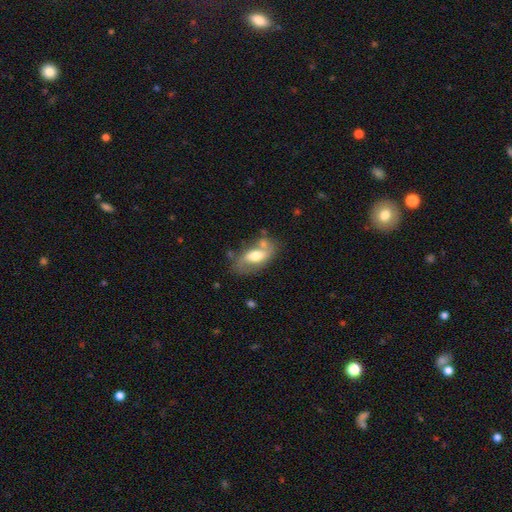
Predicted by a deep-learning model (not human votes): The model was most divided on "smooth or featured": smooth: 51%, featured or disk: 42%, star or artifact: 7%. More confident: how rounded — in between (86%); merging — none (54%).